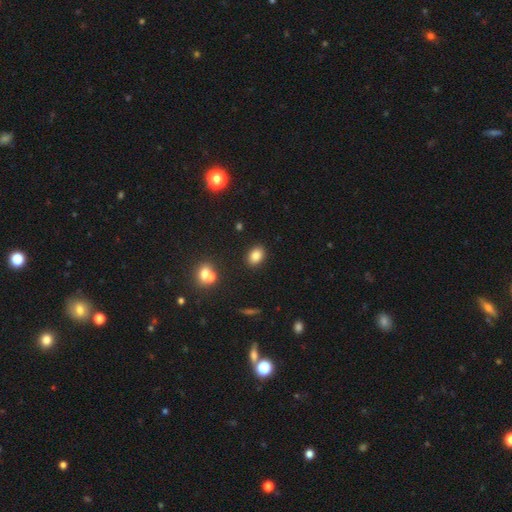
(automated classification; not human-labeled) smooth-or-featured: smooth: 83% | star or artifact: 11% | featured or disk: 7%
  how-rounded: in between: 72% | round: 27% | cigar-shaped: 1%
  merging: none: 87% | minor disturbance: 8% | merger: 3% | major disturbance: 2%